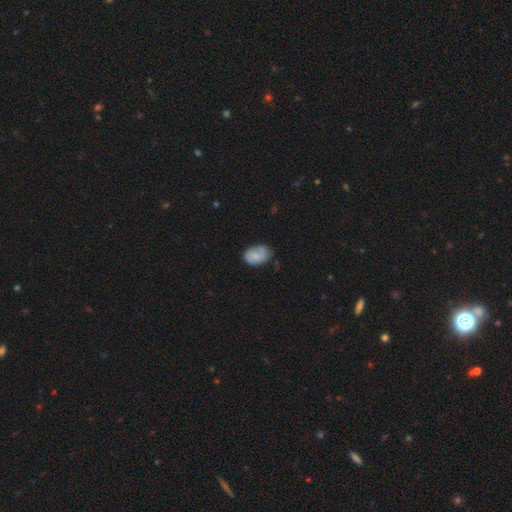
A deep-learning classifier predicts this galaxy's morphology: Smooth or featured?
  - smooth: 63% *
  - featured or disk: 30%
  - star or artifact: 7%
How rounded?
  - in between: 83% *
  - round: 16%
  - cigar-shaped: 1%
Merging?
  - none: 59% *
  - minor disturbance: 30%
  - major disturbance: 8%
  - merger: 3%